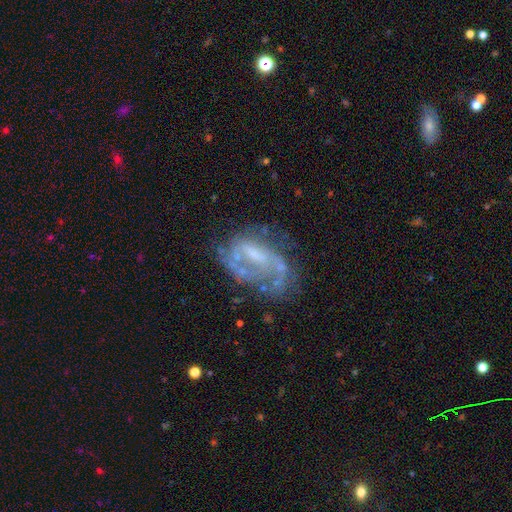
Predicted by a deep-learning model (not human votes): The model was most divided on "bulge size" (2-way tie): none: 32%, small: 32%, moderate: 30%, large: 4%, dominant: 1%; "bar" (2-way tie): weak: 42%, no: 42%, strong: 16%. Remaining: edge-on disk — no (96%); smooth or featured — featured or disk (75%); spiral arms — yes (62%); merging — none (41%).